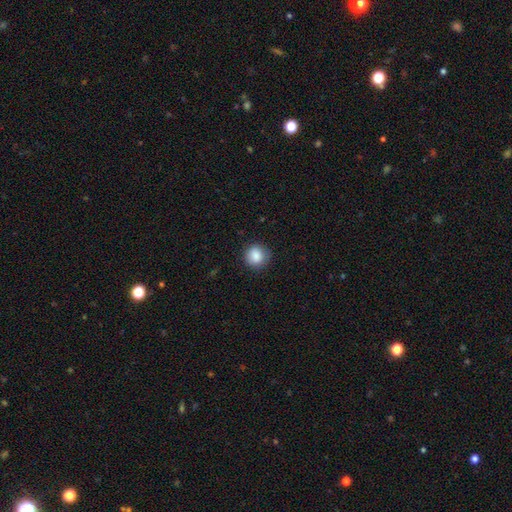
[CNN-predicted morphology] Smooth or featured? Predicted: smooth (p=0.87). How rounded? Predicted: round (p=0.87). Merging? Predicted: none (p=0.85).